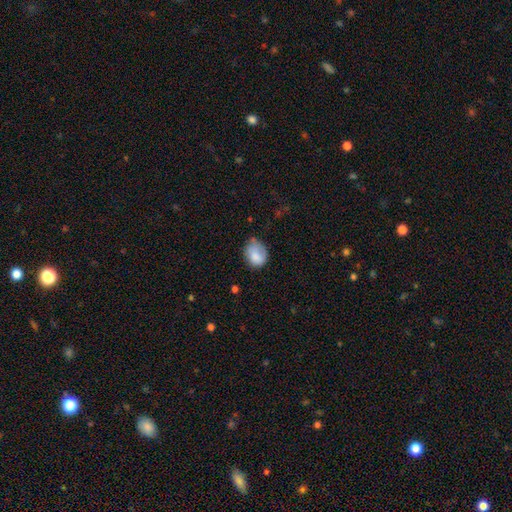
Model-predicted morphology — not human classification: A smooth galaxy with no disk features (82%) that is in between round and cigar-shaped (54%). Merging: none (50%).